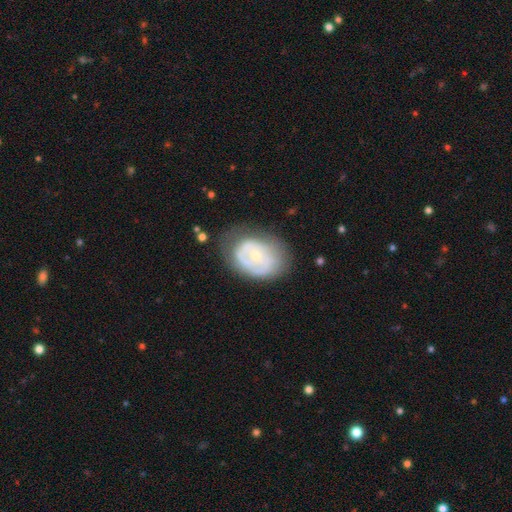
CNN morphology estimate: A featured or disk galaxy (64%) with no bar (79%), spiral arms (59%) and a small central bulge (67%). Merging: none (55%).